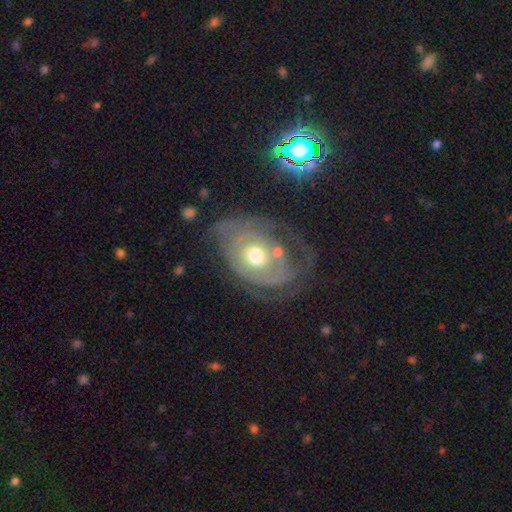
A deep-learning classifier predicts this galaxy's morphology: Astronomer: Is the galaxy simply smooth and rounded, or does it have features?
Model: featured or disk — 77%.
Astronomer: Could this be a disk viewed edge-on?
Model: no — 96%.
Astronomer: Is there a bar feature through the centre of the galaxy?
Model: no — 80%.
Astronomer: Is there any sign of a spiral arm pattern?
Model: yes — 74%.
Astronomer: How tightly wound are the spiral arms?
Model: tight — 57%.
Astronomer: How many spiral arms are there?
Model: can't tell — 42% (runner-up: 2, 28%).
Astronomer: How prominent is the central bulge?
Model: moderate — 70%.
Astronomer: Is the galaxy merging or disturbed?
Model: none — 48% (runner-up: major disturbance, 25%).